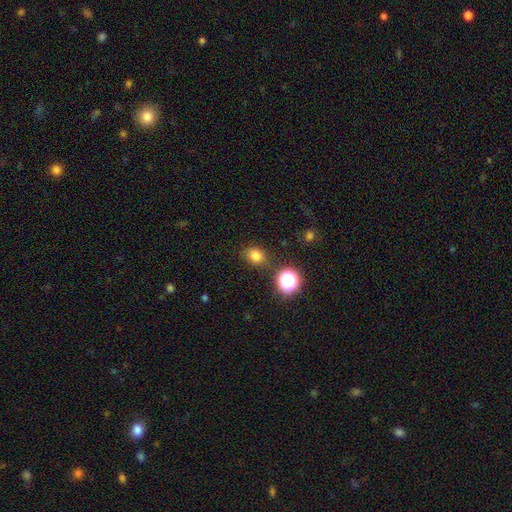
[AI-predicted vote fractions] smooth 78%, star or artifact 16%, featured or disk 6%. Down the decision tree: how rounded — round (60%); merging — none (80%).